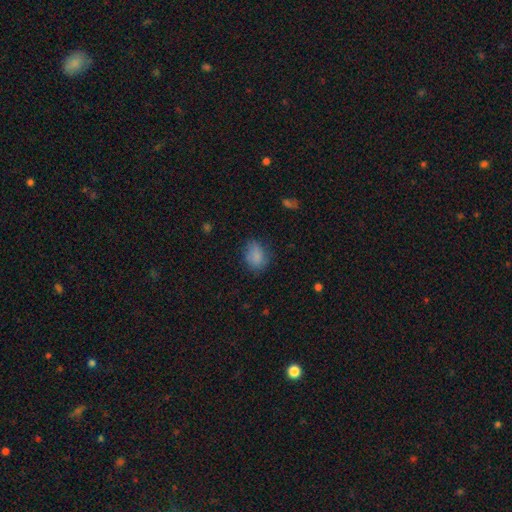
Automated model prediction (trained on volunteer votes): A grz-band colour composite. It shows a smooth galaxy with no disk features (81%) that is in between round and cigar-shaped (65%). Merging: none (63%).